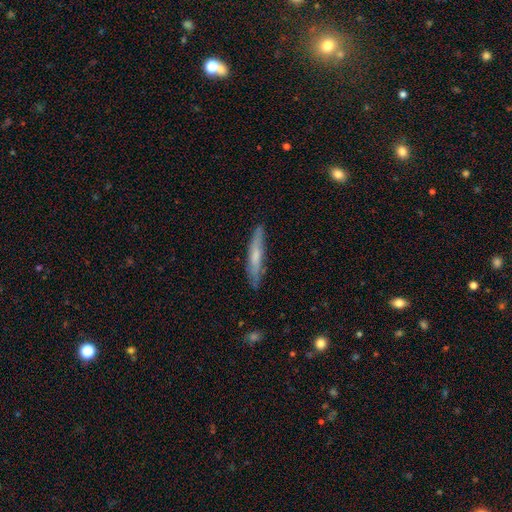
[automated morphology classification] Smooth or featured?
  - smooth: 54% *
  - featured or disk: 41%
  - star or artifact: 6%
How rounded?
  - cigar-shaped: 91% *
  - in between: 8%
  - round: 1%
Merging?
  - none: 82% *
  - minor disturbance: 14%
  - major disturbance: 3%
  - merger: 1%